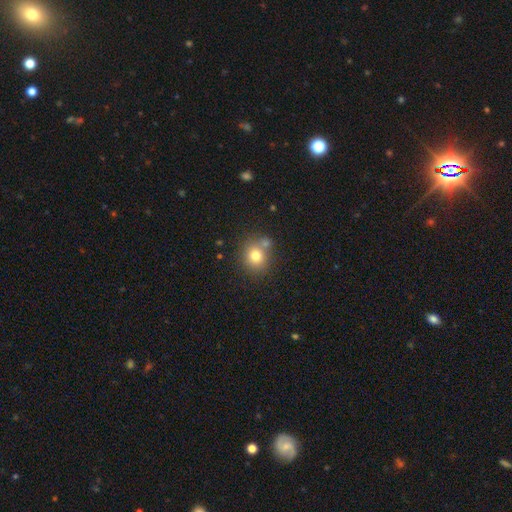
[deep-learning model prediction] A smooth galaxy with no disk features (78%) that is round (82%). Merging: none (64%).